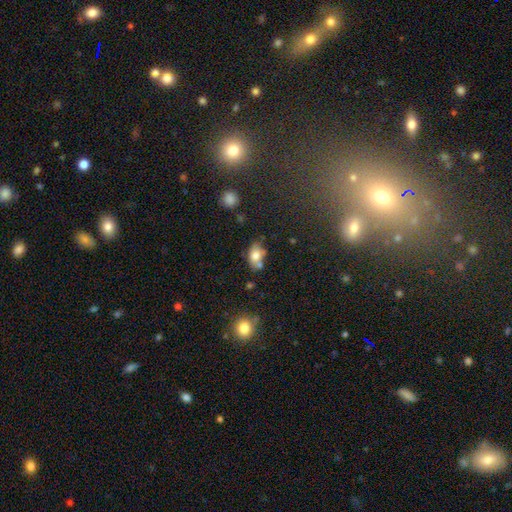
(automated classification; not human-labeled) Smooth or featured? Predicted: smooth (p=0.74). How rounded? Predicted: in between (p=0.78). Merging? Predicted: none (p=0.53).